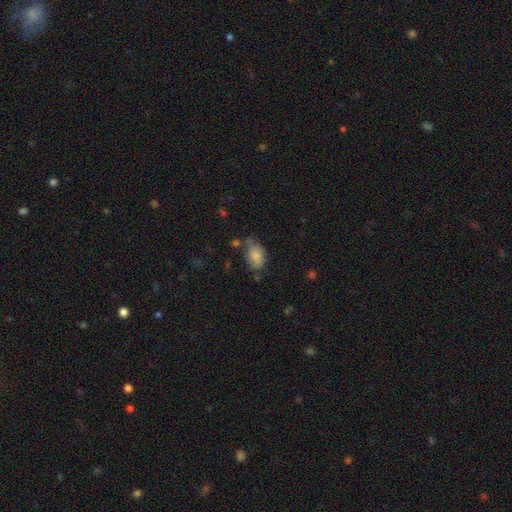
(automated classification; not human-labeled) smooth_or_featured: smooth (p=0.82) [alt: featured or disk p=0.10]
how_rounded: in between (p=0.89) [alt: round p=0.09]
merging: none (p=0.49) [alt: minor disturbance p=0.32]